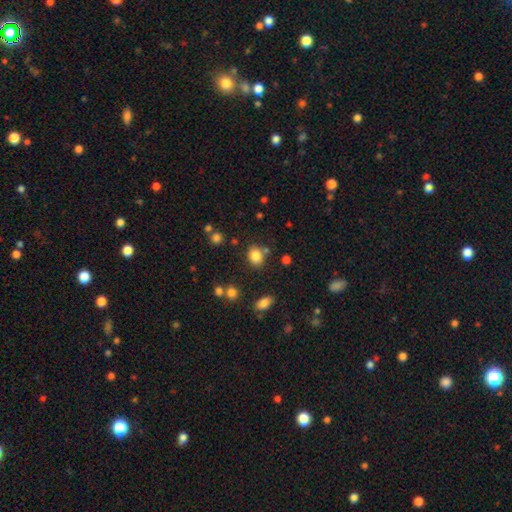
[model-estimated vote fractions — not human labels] Smooth or featured? Predicted: smooth (p=0.83). How rounded? Predicted: in between (p=0.55). Merging? Predicted: none (p=0.73).